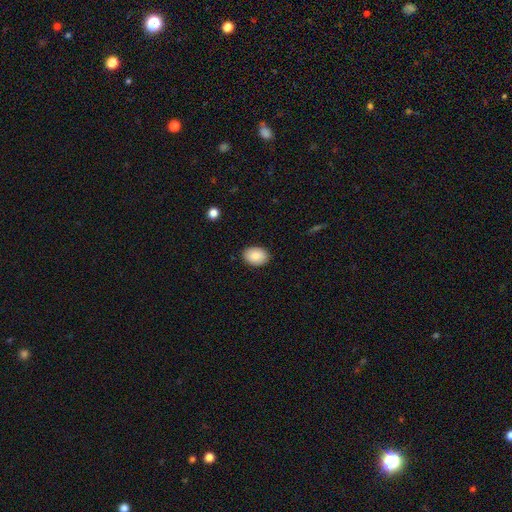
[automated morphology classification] This appears to be a smooth galaxy with no disk features (88%) that is in between round and cigar-shaped (79%). Merging: none (89%).